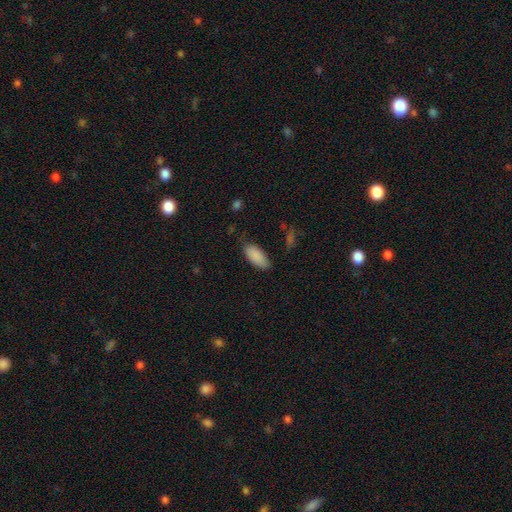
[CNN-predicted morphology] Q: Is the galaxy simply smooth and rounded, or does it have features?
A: smooth — 89%.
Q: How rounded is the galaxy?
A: in between — 88%.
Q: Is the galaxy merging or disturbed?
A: none — 76%.